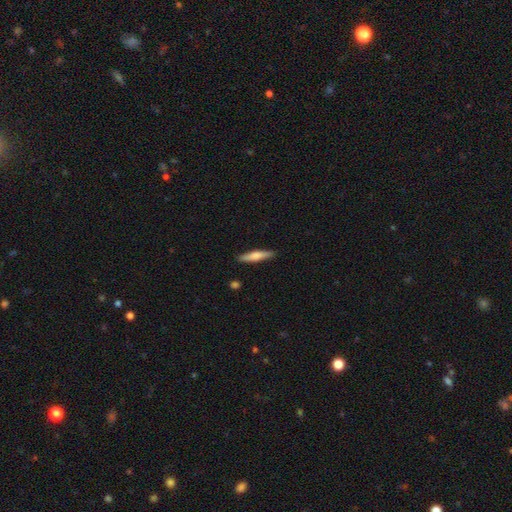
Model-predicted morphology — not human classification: A smooth galaxy with no disk features (64%) that is cigar-shaped (86%). Merging: none (89%).